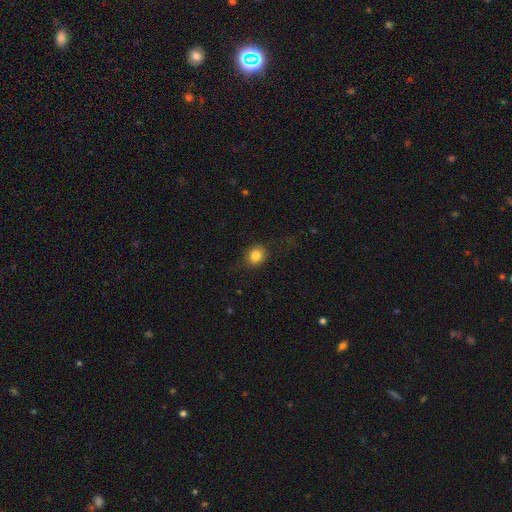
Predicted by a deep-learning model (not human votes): smooth-or-featured: smooth: 82% | star or artifact: 10% | featured or disk: 7%
  how-rounded: round: 69% | in between: 30% | cigar-shaped: 1%
  merging: none: 80% | minor disturbance: 14% | major disturbance: 5% | merger: 1%